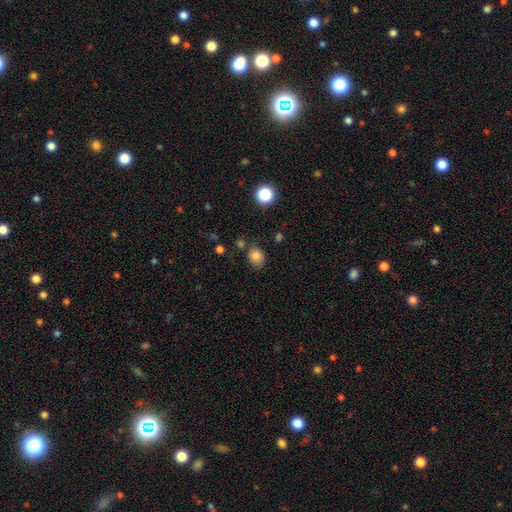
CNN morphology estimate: Smooth or featured: smooth — 82% (star or artifact — 12%)
How rounded: round — 54% (in between — 45%)
Merging: none — 70% (minor disturbance — 19%)